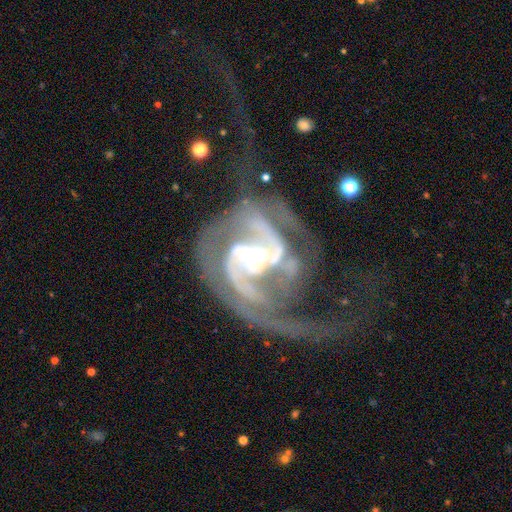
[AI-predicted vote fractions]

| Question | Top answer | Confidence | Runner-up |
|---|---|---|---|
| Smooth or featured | featured or disk | 92% | star or artifact (5%) |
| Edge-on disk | no | 98% | yes (2%) |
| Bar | weak | 40% | strong (39%) |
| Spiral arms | yes | 97% | no (3%) |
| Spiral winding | medium | 48% | tight (33%) |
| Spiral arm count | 2 | 61% | 3 (13%) |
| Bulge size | moderate | 58% | small (31%) |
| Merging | major disturbance | 49% | none (29%) |